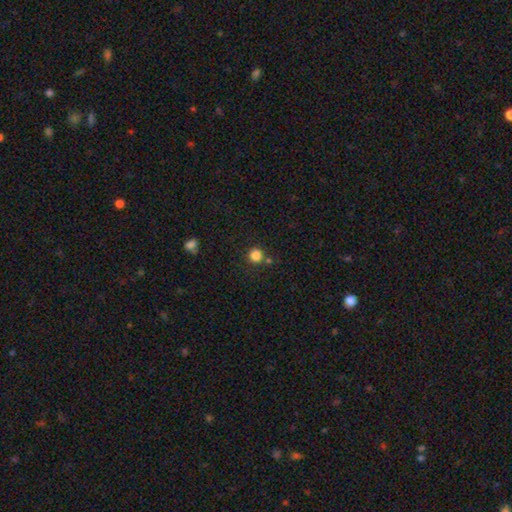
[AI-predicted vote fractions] This appears to be a smooth galaxy with no disk features (84%) that is round (92%). Merging: none (80%).